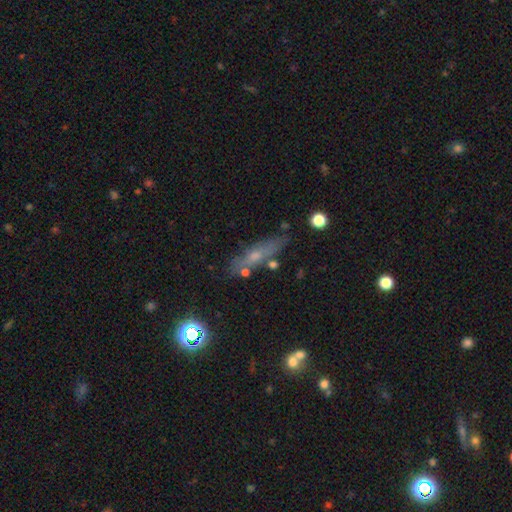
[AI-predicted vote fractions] smooth-or-featured: smooth: 43% | featured or disk: 42% | star or artifact: 15%
  merging: none: 72% | minor disturbance: 15% | merger: 8% | major disturbance: 4%